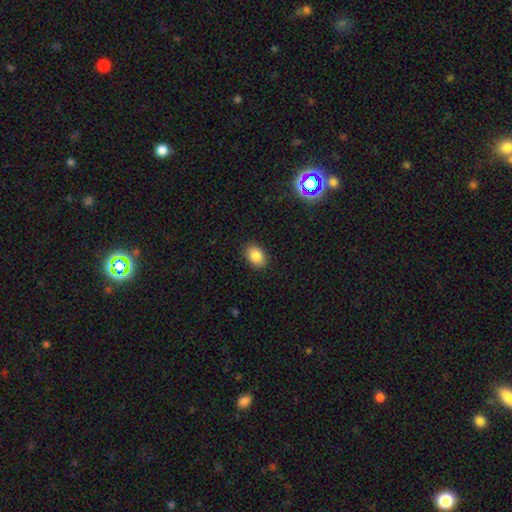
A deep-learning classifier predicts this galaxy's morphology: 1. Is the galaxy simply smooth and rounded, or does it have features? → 86% smooth, 9% star or artifact, 5% featured or disk.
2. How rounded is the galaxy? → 82% in between, 17% round, 1% cigar-shaped.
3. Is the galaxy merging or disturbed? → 89% none, 8% minor disturbance, 2% major disturbance, 1% merger.